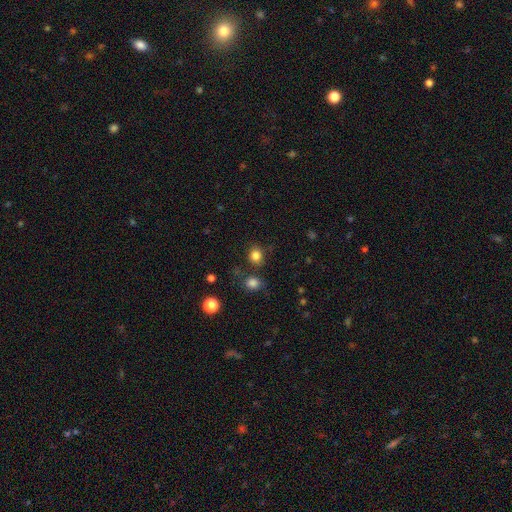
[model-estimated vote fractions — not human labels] A smooth galaxy with no disk features (82%) that is round (76%).

Vote fractions:
- Smooth or featured? smooth: 82% / star or artifact: 13% / featured or disk: 5%
- How rounded? round: 76% / in between: 23% / cigar-shaped: 1%
- Merging? none: 79% / minor disturbance: 10% / merger: 7% / major disturbance: 4%